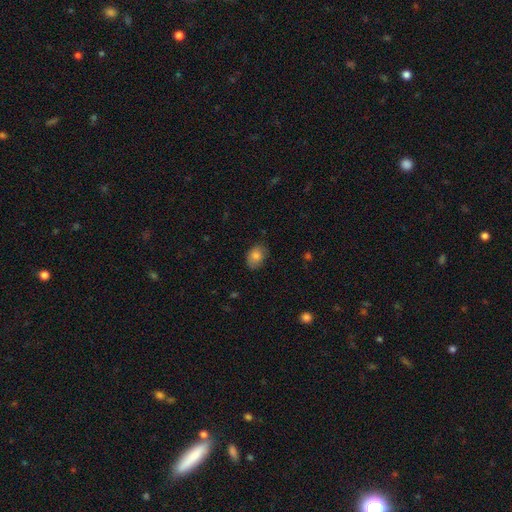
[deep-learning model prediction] Smooth or featured? smooth (82%)
How rounded? in between (76%)
Merging? none (77%)